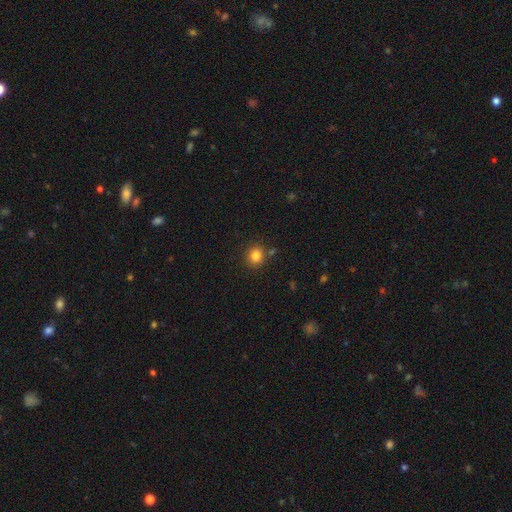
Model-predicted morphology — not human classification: This is clearly a smooth galaxy (83%). How rounded: likely round (80%). Merging: clearly none (82%).